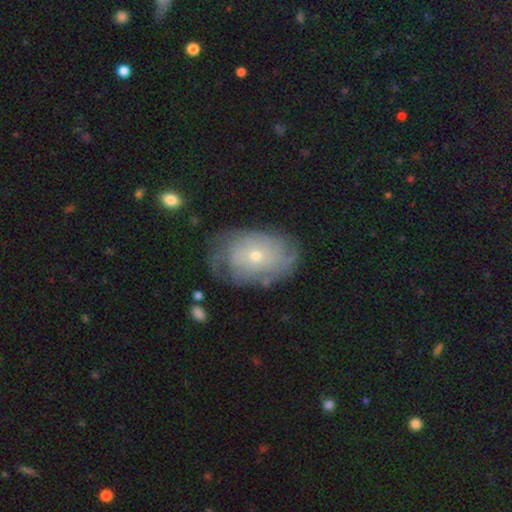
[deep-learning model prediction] A featured or disk galaxy (69%) with no bar (84%), tight (66%) spiral arms (81%) and a small central bulge (67%).

Vote fractions:
- Smooth or featured? featured or disk: 69% / smooth: 24% / star or artifact: 7%
- Edge-on disk? no: 96% / yes: 4%
- Bar? no: 84% / weak: 13% / strong: 2%
- Spiral arms? yes: 81% / no: 19%
- Spiral winding? tight: 66% / medium: 24% / loose: 10%
- Spiral arm count? can't tell: 57% / 2: 12% / 3: 10% / 4: 10% / more than 4: 7% / 1: 5%
- Bulge size? small: 67% / moderate: 30% / large: 1% / none: 1% / dominant: 1%
- Merging? none: 65% / minor disturbance: 22% / major disturbance: 11% / merger: 2%